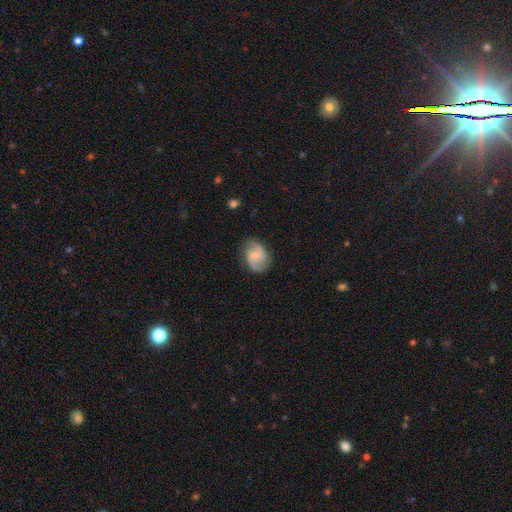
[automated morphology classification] This appears to be a featured or disk galaxy (69%) with no bar (54%), 2 (80%) medium (49%) spiral arms (92%) and a small central bulge (57%). Merging: none (72%).